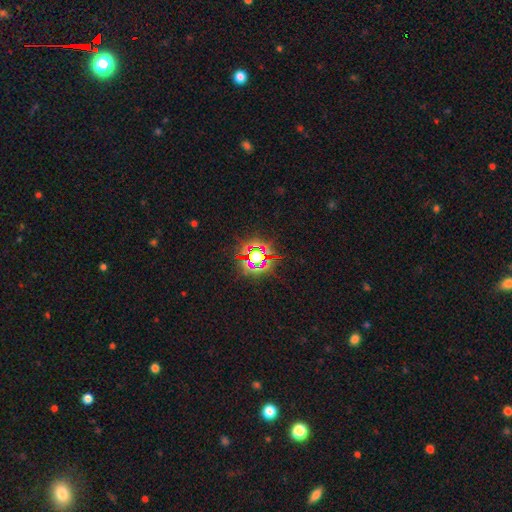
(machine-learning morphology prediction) Smooth or featured?
  - star or artifact: 69% *
  - smooth: 19%
  - featured or disk: 12%